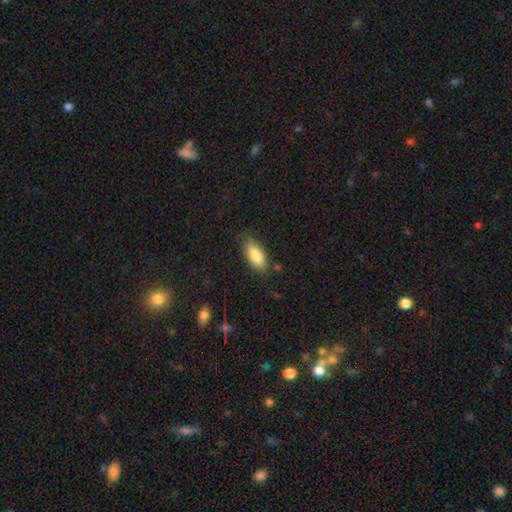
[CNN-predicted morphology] Overall: smooth (83%). How rounded: in between (84%). Merging: none (78%).